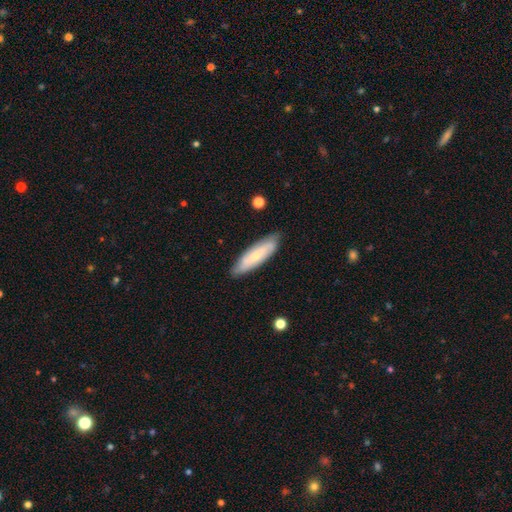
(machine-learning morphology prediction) The model was most divided on "smooth or featured": smooth: 54%, featured or disk: 40%, star or artifact: 6%. More confident: merging — none (84%); how rounded — cigar-shaped (58%).